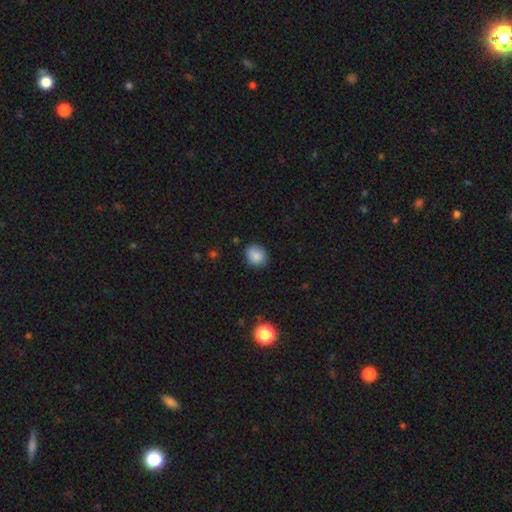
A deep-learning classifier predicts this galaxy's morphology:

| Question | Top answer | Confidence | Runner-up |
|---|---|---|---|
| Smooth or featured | smooth | 86% | star or artifact (9%) |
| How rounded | round | 71% | in between (28%) |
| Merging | none | 83% | minor disturbance (13%) |